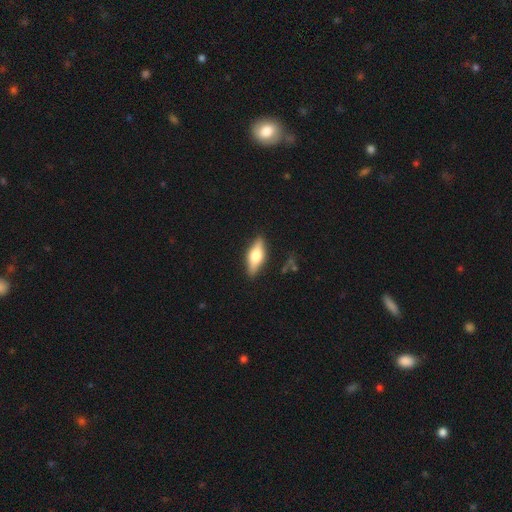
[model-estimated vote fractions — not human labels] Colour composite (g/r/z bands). It shows a featured or disk galaxy (47%, tied with smooth). Merging: none (87%).